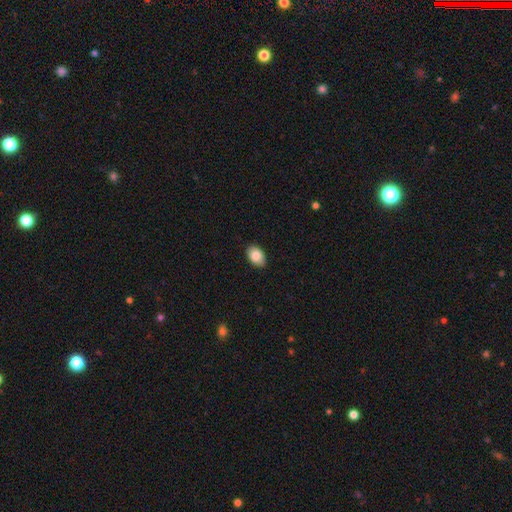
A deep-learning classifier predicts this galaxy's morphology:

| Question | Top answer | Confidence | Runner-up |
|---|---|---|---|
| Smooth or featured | smooth | 87% | star or artifact (7%) |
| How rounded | in between | 87% | round (12%) |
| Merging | none | 88% | minor disturbance (9%) |